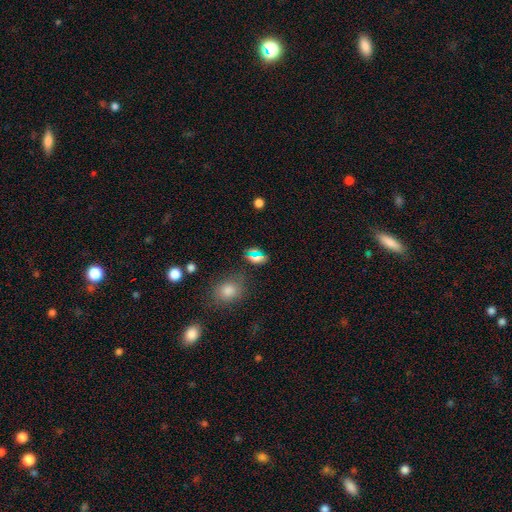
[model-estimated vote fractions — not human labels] This is possibly a smooth galaxy (56%). How rounded: likely in between (65%). Merging: likely none (71%).